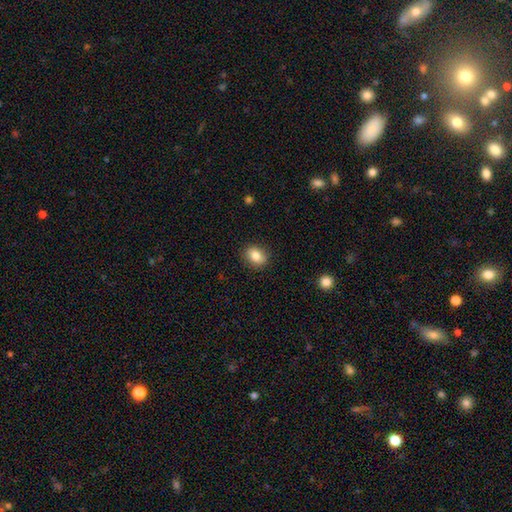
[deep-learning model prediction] The model was most divided on "how rounded": in between: 58%, round: 41%, cigar-shaped: 1%. More confident: merging — none (88%); smooth or featured — smooth (84%).